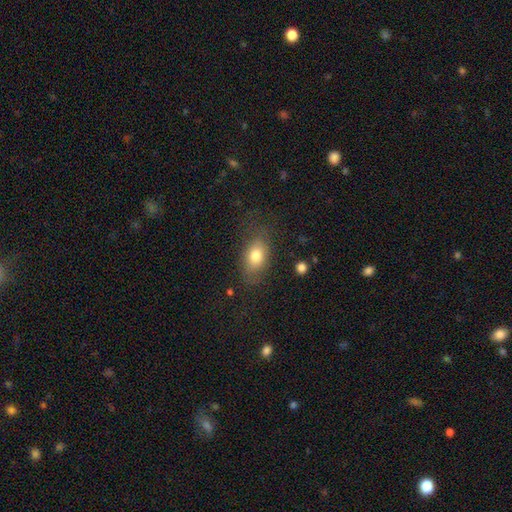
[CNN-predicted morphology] smooth-or-featured: smooth: 76% | featured or disk: 15% | star or artifact: 9%
  how-rounded: in between: 84% | round: 13% | cigar-shaped: 3%
  merging: none: 71% | minor disturbance: 19% | major disturbance: 9% | merger: 2%